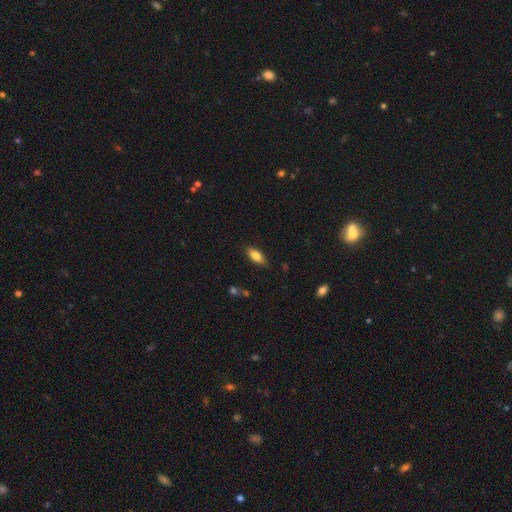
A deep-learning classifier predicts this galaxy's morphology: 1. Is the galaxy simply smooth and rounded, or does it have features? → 78% smooth, 14% featured or disk, 7% star or artifact.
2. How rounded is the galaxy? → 81% in between, 16% cigar-shaped, 3% round.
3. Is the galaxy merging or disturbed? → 83% none, 13% minor disturbance, 3% major disturbance, 1% merger.